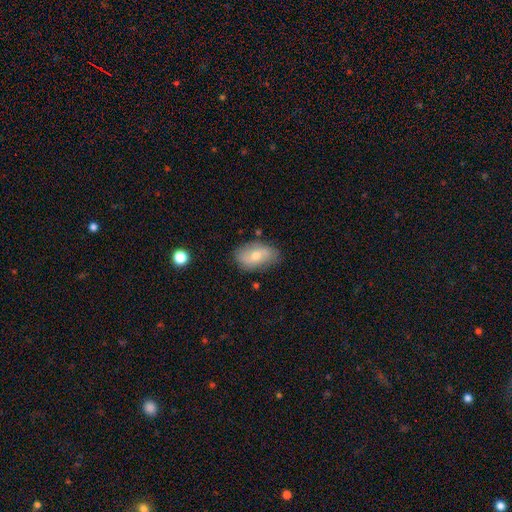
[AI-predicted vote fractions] This is possibly a smooth galaxy (54%). How rounded: clearly in between (89%). Merging: likely none (77%).